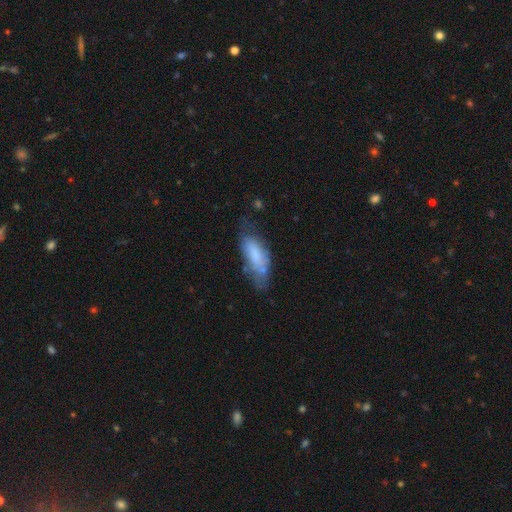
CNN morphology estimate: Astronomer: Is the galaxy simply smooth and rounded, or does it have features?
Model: smooth — 66%.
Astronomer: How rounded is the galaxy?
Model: in between — 74%.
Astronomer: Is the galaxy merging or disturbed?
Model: none — 41% (runner-up: minor disturbance, 33%).